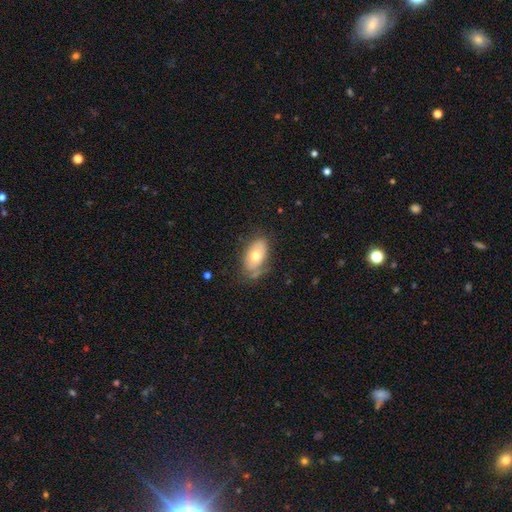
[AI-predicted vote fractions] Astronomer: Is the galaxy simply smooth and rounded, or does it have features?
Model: smooth — 61%.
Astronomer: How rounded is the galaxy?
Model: in between — 91%.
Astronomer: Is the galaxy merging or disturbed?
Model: none — 63%.